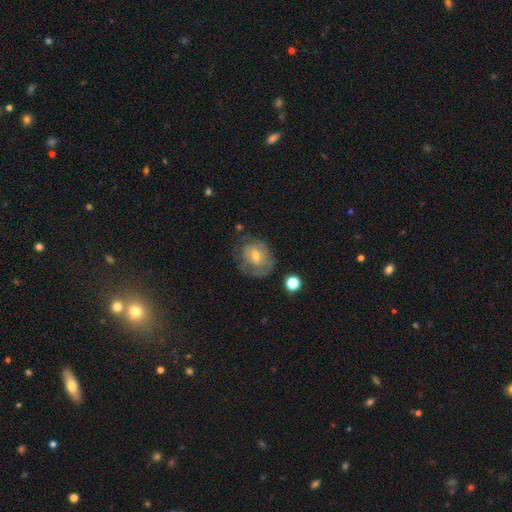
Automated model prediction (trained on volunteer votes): Smooth or featured: smooth — 48% (featured or disk — 43%)
Merging: none — 45% (minor disturbance — 28%)